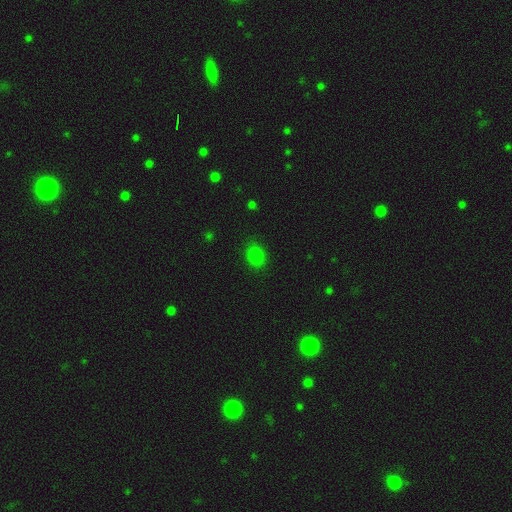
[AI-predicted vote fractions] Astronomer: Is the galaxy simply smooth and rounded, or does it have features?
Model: smooth — 82%.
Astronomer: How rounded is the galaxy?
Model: round — 53% (runner-up: in between, 46%).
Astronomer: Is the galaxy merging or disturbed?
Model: none — 85%.